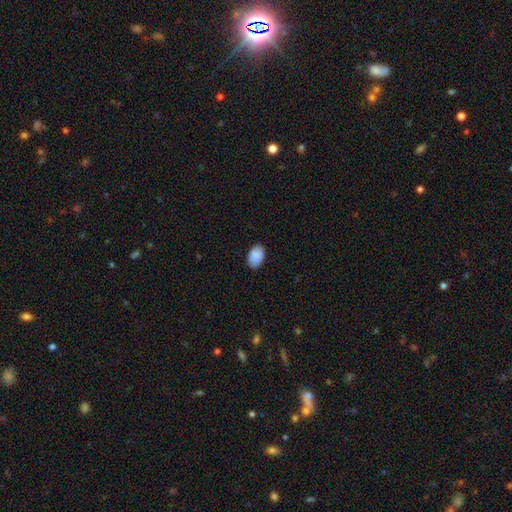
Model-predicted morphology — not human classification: Smooth or featured? Predicted: smooth (p=0.89). How rounded? Predicted: in between (p=0.89). Merging? Predicted: none (p=0.86).